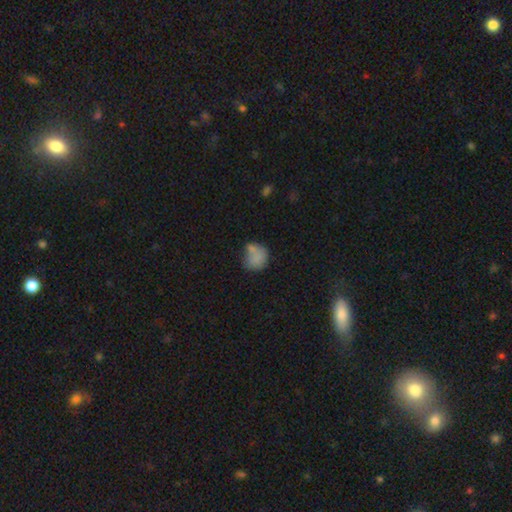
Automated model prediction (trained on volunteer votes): The model was most divided on "merging": none: 47%, minor disturbance: 25%, merger: 16%, major disturbance: 12%. More confident: smooth or featured — smooth (77%); how rounded — round (75%).